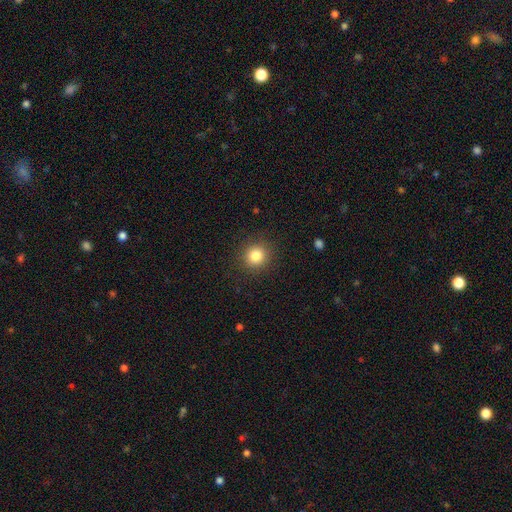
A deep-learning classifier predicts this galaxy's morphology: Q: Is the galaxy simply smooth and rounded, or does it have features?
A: smooth — 82%.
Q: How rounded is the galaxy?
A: round — 92%.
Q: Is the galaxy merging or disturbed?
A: none — 90%.